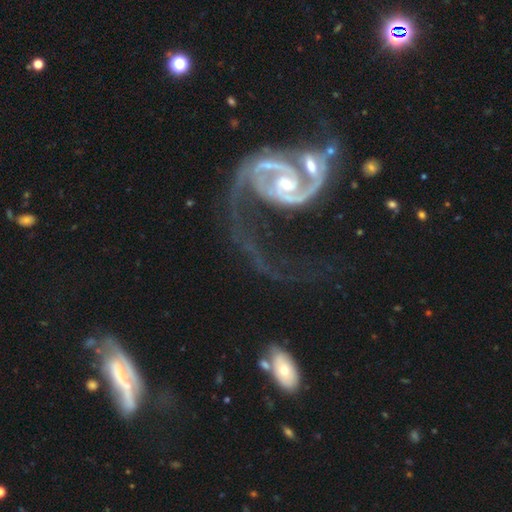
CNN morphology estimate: A featured or disk galaxy (89%) with no bar (50%), 2 (70%) medium (43%) spiral arms (94%) and a small central bulge (49%).

Vote fractions:
- Smooth or featured? featured or disk: 89% / star or artifact: 6% / smooth: 5%
- Edge-on disk? no: 97% / yes: 3%
- Bar? no: 50% / weak: 33% / strong: 17%
- Spiral arms? yes: 94% / no: 6%
- Spiral winding? medium: 43% / loose: 41% / tight: 16%
- Spiral arm count? 2: 70% / 1: 20% / can't tell: 5% / 3: 2% / 4: 2% / more than 4: 2%
- Bulge size? small: 49% / moderate: 42% / large: 5% / none: 4% / dominant: 2%
- Merging? major disturbance: 38% / none: 26% / merger: 22% / minor disturbance: 13%